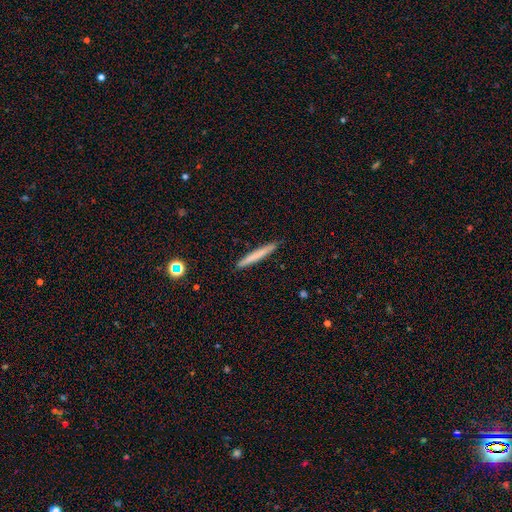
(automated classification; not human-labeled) smooth 70%, featured or disk 24%, star or artifact 6%. Down the decision tree: how rounded — cigar-shaped (97%); merging — none (92%).